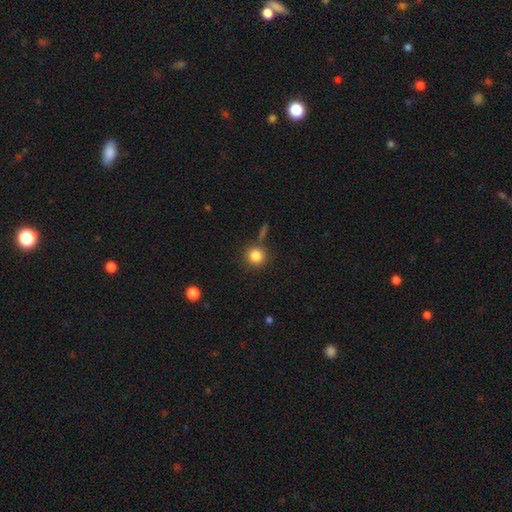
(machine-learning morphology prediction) A smooth galaxy with no disk features (85%) that is round (91%).

Vote fractions:
- Smooth or featured? smooth: 85% / star or artifact: 10% / featured or disk: 5%
- How rounded? round: 91% / in between: 8% / cigar-shaped: 1%
- Merging? none: 76% / minor disturbance: 11% / merger: 8% / major disturbance: 4%